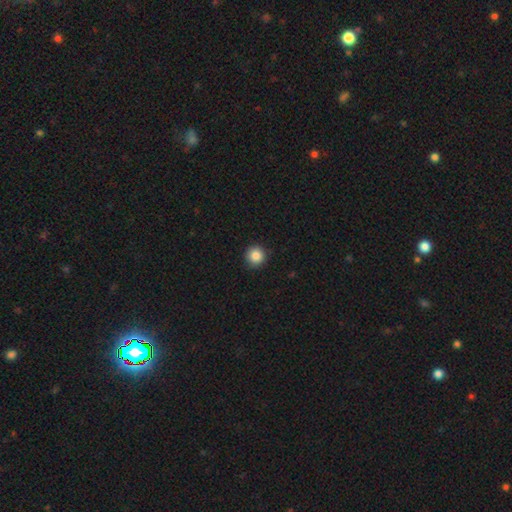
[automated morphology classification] Smooth or featured? Predicted: smooth (p=0.87). How rounded? Predicted: round (p=0.95). Merging? Predicted: none (p=0.91).